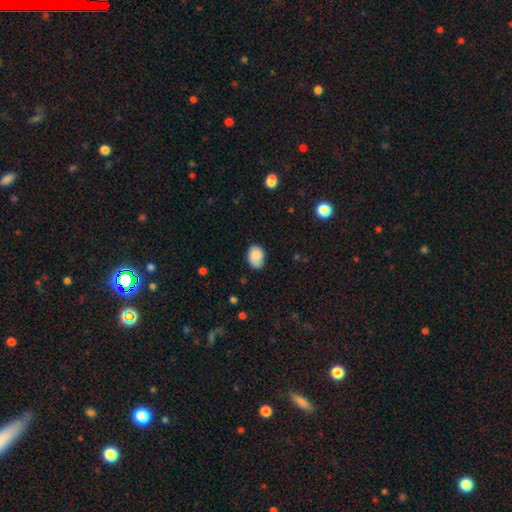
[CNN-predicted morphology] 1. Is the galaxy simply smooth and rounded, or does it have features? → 85% smooth, 8% star or artifact, 7% featured or disk.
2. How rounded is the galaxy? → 76% in between, 23% round, 1% cigar-shaped.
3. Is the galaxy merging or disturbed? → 65% none, 28% minor disturbance, 5% major disturbance, 2% merger.